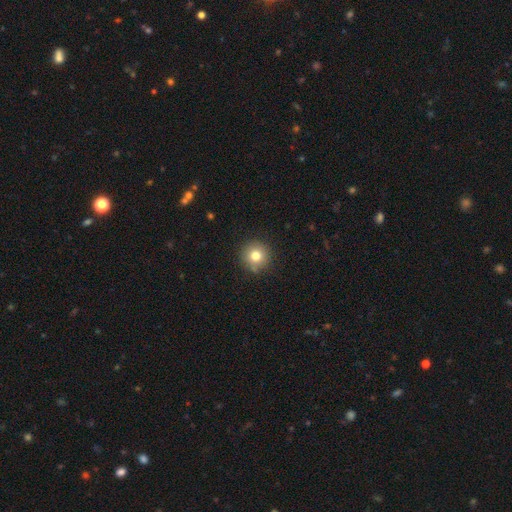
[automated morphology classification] smooth_or_featured: smooth (p=0.79) [alt: star or artifact p=0.12]
how_rounded: round (p=0.95) [alt: in between p=0.04]
merging: none (p=0.88) [alt: minor disturbance p=0.08]